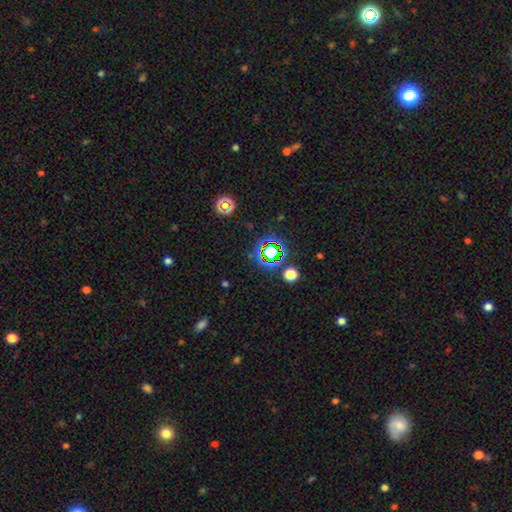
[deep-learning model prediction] star or artifact 74%, smooth 17%, featured or disk 9%.